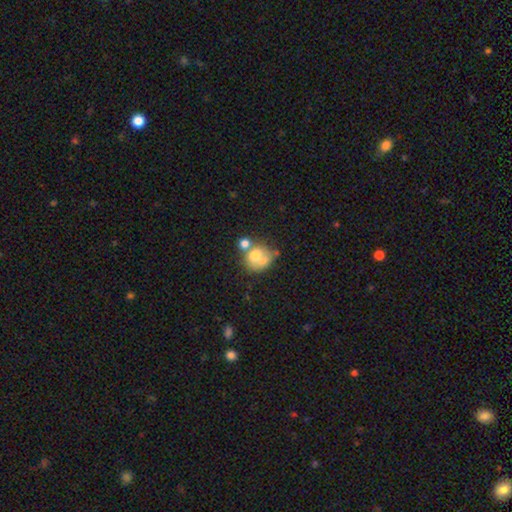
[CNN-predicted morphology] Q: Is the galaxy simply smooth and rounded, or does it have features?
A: smooth — 60%.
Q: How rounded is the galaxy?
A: round — 62%.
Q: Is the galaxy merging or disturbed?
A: merger — 52%.